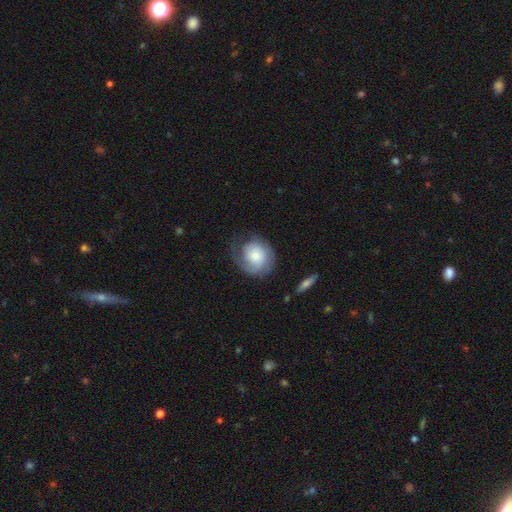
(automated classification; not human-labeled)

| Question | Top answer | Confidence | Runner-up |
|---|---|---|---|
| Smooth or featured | featured or disk | 49% | smooth (44%) |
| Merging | none | 54% | minor disturbance (25%) |